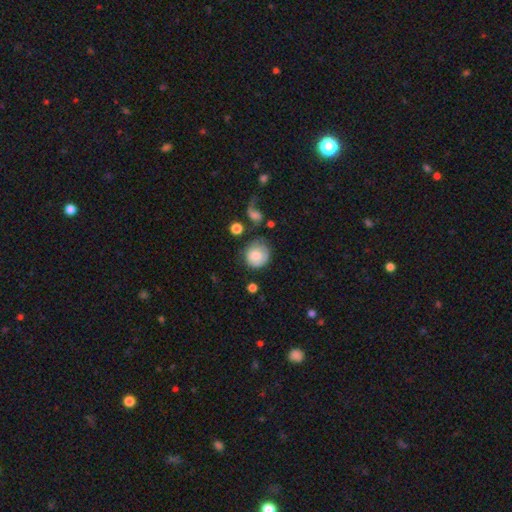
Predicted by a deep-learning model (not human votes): Q: Smooth or featured?
A: smooth (70%); runner-up: featured or disk (22%)
Q: How rounded?
A: round (84%); runner-up: in between (15%)
Q: Merging?
A: none (54%); runner-up: minor disturbance (25%)